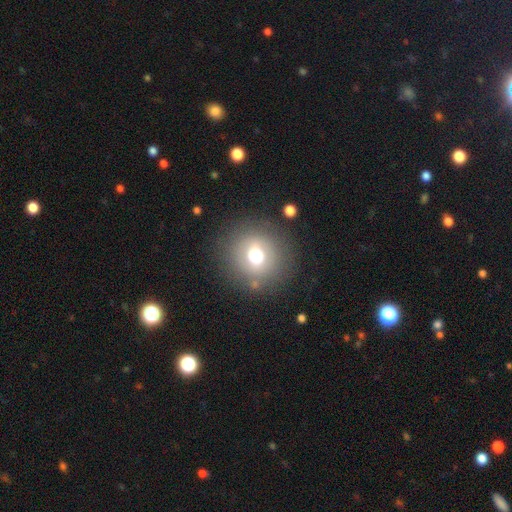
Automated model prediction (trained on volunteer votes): smooth-or-featured: smooth: 64% | featured or disk: 24% | star or artifact: 12%
  how-rounded: round: 91% | in between: 8% | cigar-shaped: 1%
  merging: none: 82% | minor disturbance: 10% | major disturbance: 5% | merger: 3%